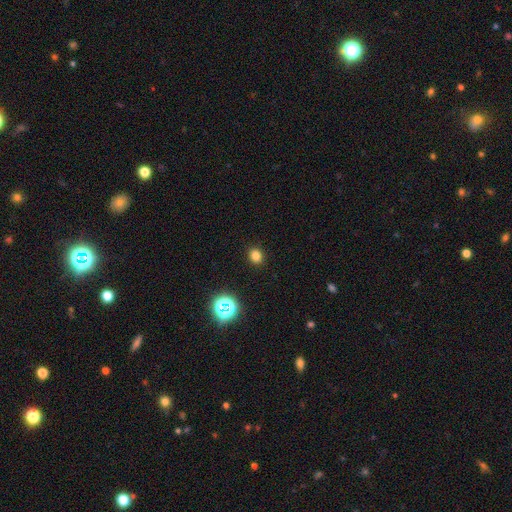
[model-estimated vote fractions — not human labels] This is likely a smooth galaxy (78%). How rounded: likely round (71%). Merging: clearly none (91%).